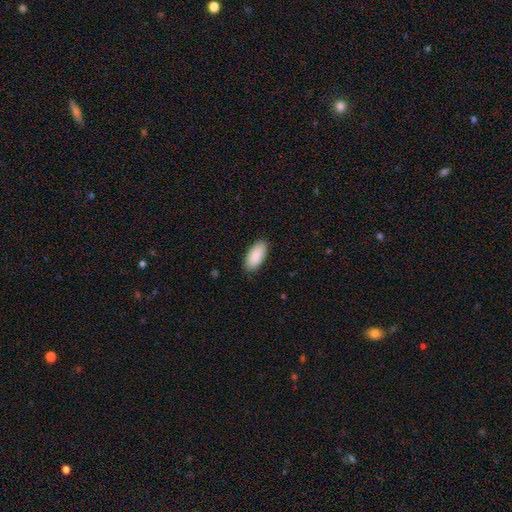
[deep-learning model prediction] smooth_or_featured: smooth (p=0.90) [alt: star or artifact p=0.06]
how_rounded: in between (p=0.93) [alt: cigar-shaped p=0.05]
merging: none (p=0.88) [alt: minor disturbance p=0.09]